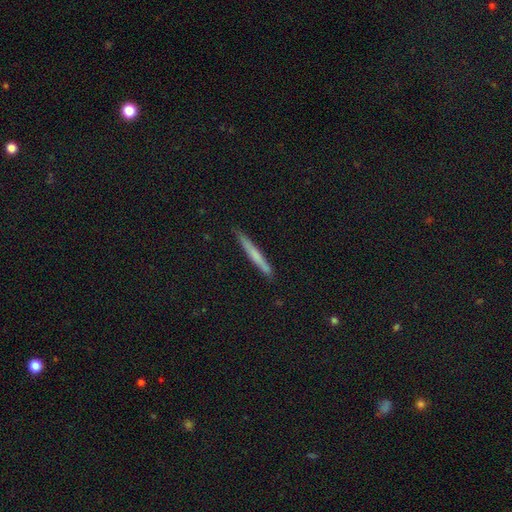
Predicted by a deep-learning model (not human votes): smooth_or_featured: smooth (p=0.58) [alt: featured or disk p=0.35]
how_rounded: cigar-shaped (p=0.96) [alt: in between p=0.02]
merging: none (p=0.90) [alt: minor disturbance p=0.07]